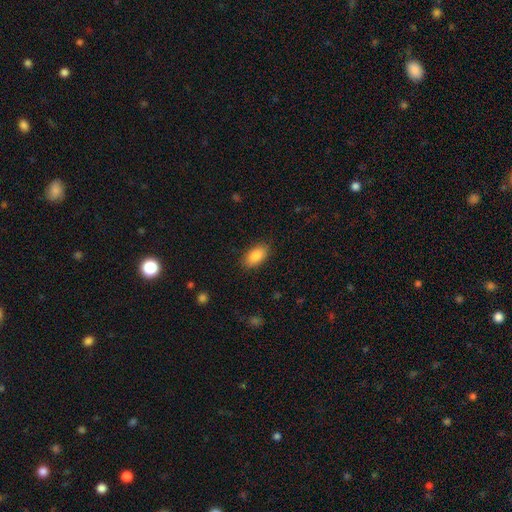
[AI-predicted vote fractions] Smooth or featured? smooth (87%)
How rounded? in between (92%)
Merging? none (85%)